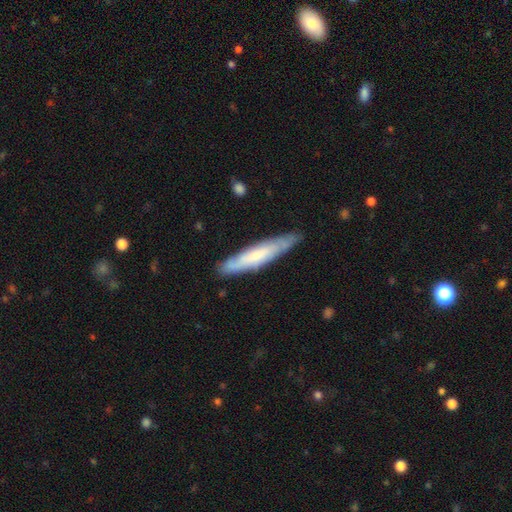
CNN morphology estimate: Q: Smooth or featured?
A: smooth (47%); tied with: featured or disk (47%)
Q: Merging?
A: none (82%); runner-up: minor disturbance (14%)